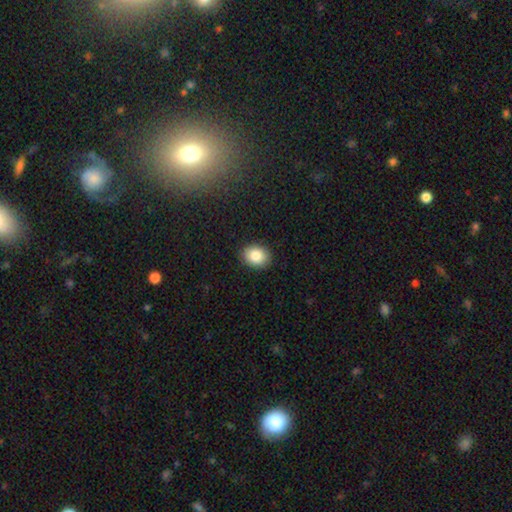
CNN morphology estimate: The model was most divided on "how rounded": in between: 53%, round: 47%, cigar-shaped: 1%. More confident: merging — none (90%); smooth or featured — smooth (84%).